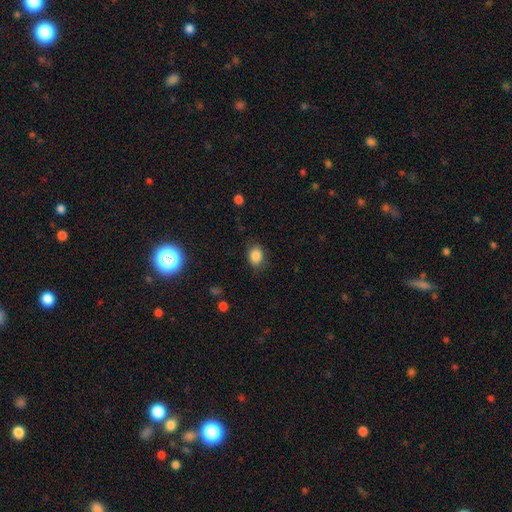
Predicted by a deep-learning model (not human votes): Morphology: type=smooth (86%); roundness=in between (62%); merging=none (77%).